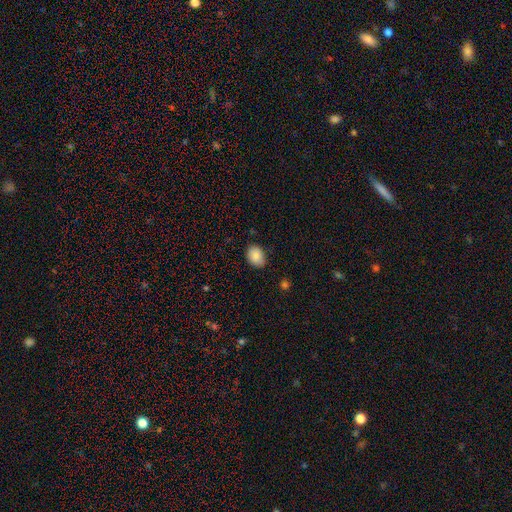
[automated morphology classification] Smooth or featured?
  - smooth: 87% *
  - star or artifact: 8%
  - featured or disk: 5%
How rounded?
  - in between: 70% *
  - round: 29%
  - cigar-shaped: 1%
Merging?
  - none: 77% *
  - minor disturbance: 18%
  - major disturbance: 3%
  - merger: 1%